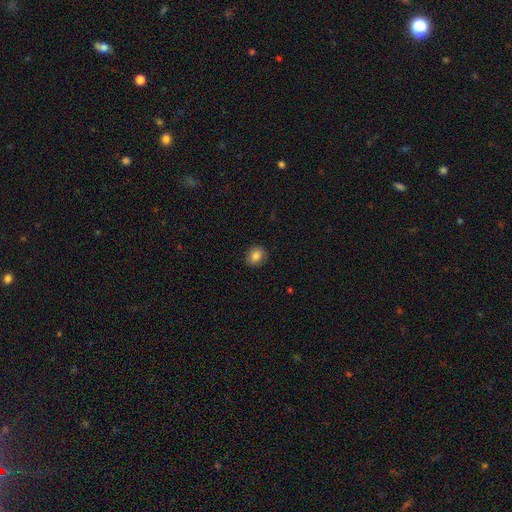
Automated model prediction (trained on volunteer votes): Smooth or featured? Predicted: smooth (p=0.83). How rounded? Predicted: round (p=0.70). Merging? Predicted: none (p=0.86).